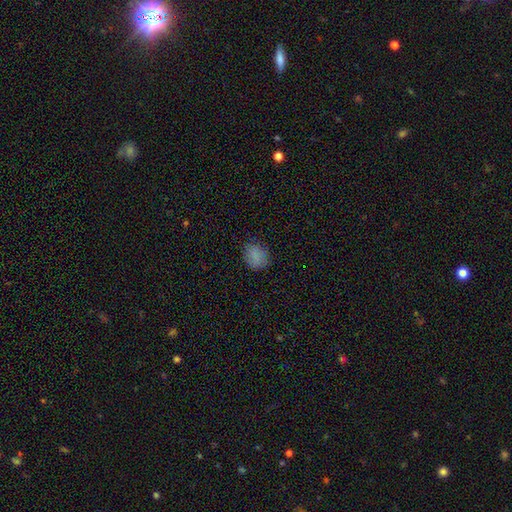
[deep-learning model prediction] smooth 82%, star or artifact 11%, featured or disk 7%. Down the decision tree: how rounded — round (60%); merging — none (78%).